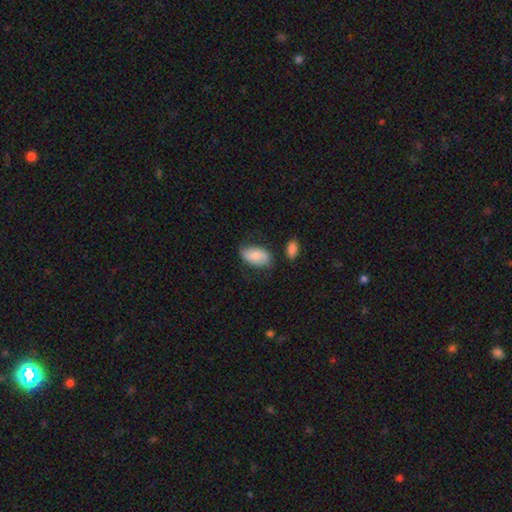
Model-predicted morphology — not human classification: This appears to be a smooth galaxy with no disk features (72%) that is in between round and cigar-shaped (94%). Merging: none (66%).